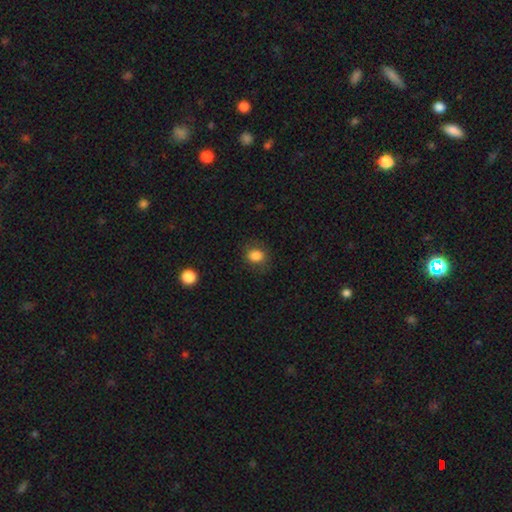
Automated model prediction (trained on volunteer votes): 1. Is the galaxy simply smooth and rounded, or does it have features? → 85% smooth, 10% star or artifact, 5% featured or disk.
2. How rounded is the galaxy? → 63% round, 36% in between, 1% cigar-shaped.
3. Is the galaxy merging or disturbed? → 80% none, 14% minor disturbance, 5% major disturbance, 1% merger.